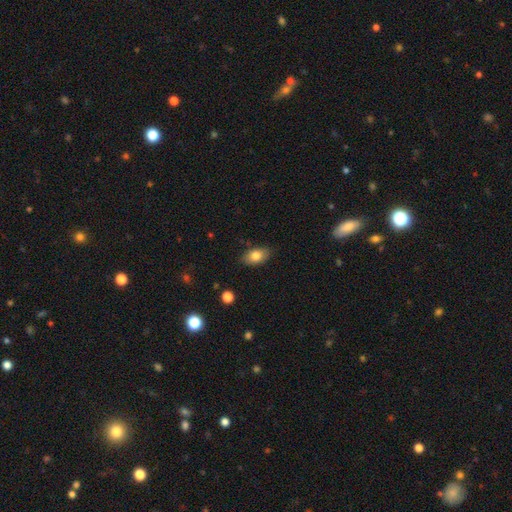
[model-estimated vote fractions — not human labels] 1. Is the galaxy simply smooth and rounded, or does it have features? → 80% smooth, 12% featured or disk, 8% star or artifact.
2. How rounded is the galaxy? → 88% in between, 9% round, 3% cigar-shaped.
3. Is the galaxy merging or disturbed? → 84% none, 13% minor disturbance, 2% major disturbance, 1% merger.